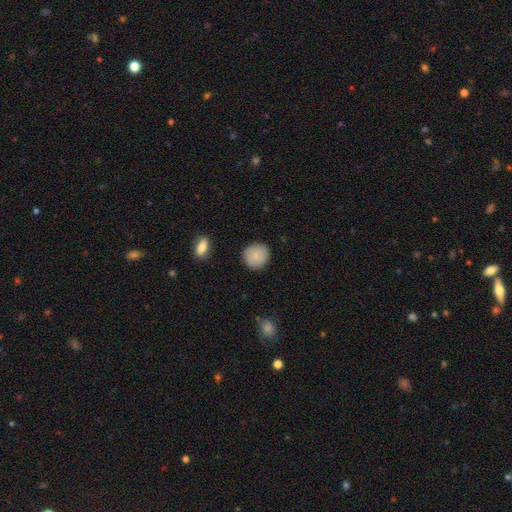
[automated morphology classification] A smooth galaxy with no disk features (86%) that is round (91%).

Vote fractions:
- Smooth or featured? smooth: 86% / featured or disk: 7% / star or artifact: 7%
- How rounded? round: 91% / in between: 8% / cigar-shaped: 1%
- Merging? none: 86% / minor disturbance: 10% / major disturbance: 2% / merger: 1%